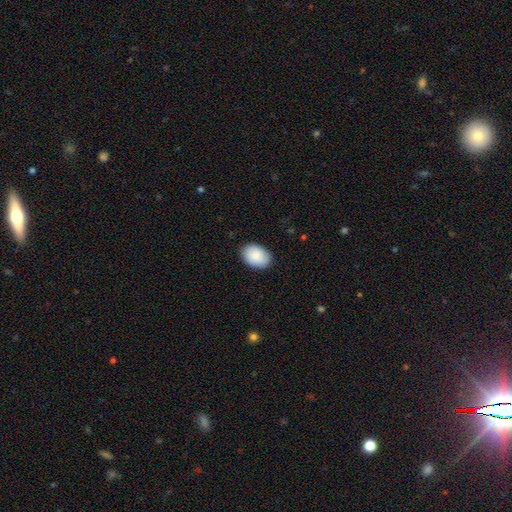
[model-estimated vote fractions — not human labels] Smooth or featured: smooth — 90% (star or artifact — 6%)
How rounded: in between — 84% (round — 15%)
Merging: none — 86% (minor disturbance — 11%)